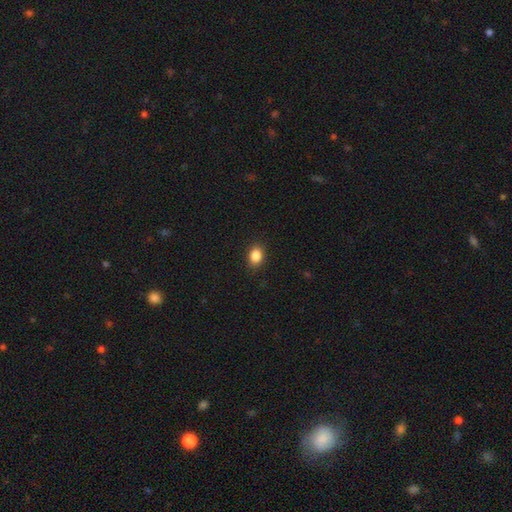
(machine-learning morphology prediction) Smooth or featured? Predicted: smooth (p=0.86). How rounded? Predicted: in between (p=0.64). Merging? Predicted: none (p=0.89).